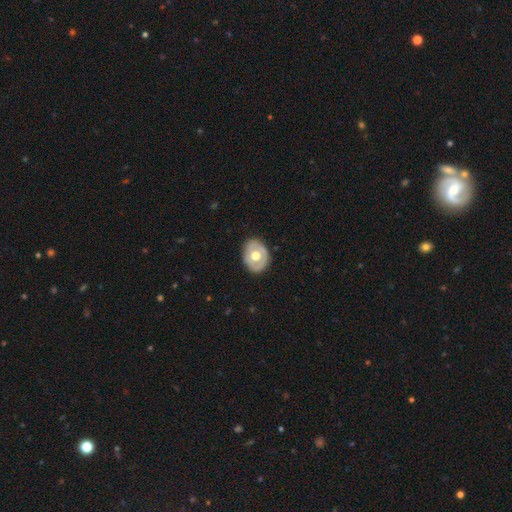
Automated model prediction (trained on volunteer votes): Smooth or featured? smooth (50%)
Merging? none (84%)